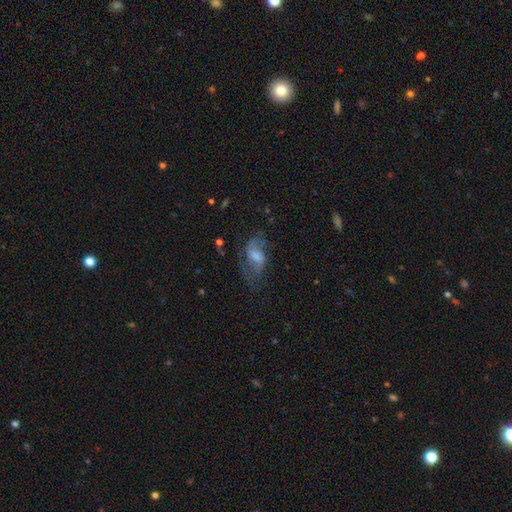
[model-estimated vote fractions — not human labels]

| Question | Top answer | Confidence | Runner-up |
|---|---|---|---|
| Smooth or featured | featured or disk | 62% | smooth (26%) |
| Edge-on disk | no | 94% | yes (6%) |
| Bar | weak | 48% | no (38%) |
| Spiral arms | yes | 79% | no (21%) |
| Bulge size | moderate | 35% | small (30%) |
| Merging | none | 53% | major disturbance (23%) |